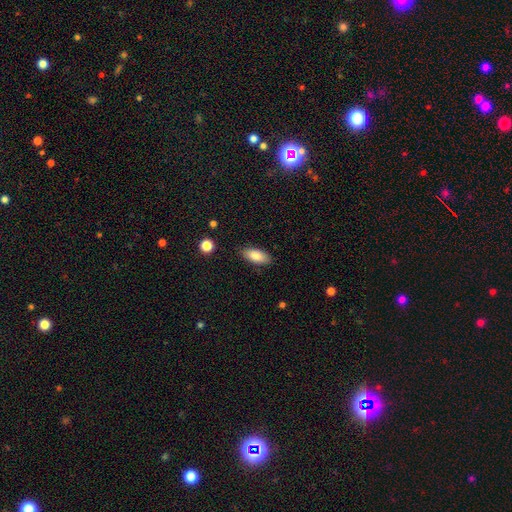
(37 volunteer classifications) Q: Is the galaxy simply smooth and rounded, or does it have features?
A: smooth — 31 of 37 (84%).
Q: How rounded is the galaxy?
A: in between — 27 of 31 (87%).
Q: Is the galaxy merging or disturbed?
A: none — 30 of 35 (86%).